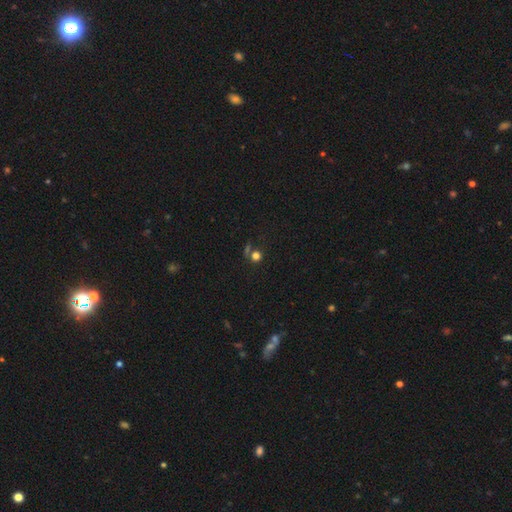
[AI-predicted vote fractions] A smooth galaxy with no disk features (66%) that is round (90%). Merging: none (64%).